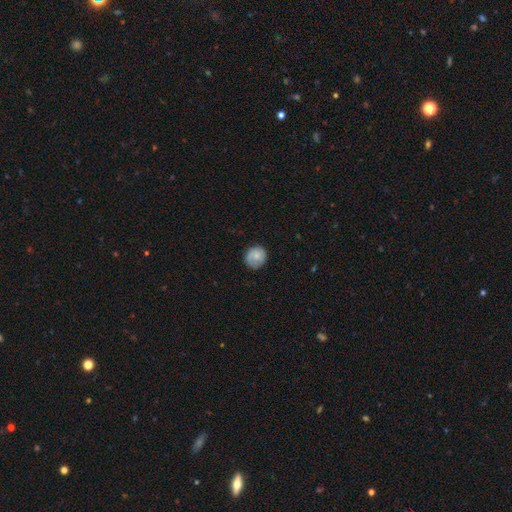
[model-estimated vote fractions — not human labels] This appears to be a smooth galaxy with no disk features (69%) that is round (84%). Merging: none (77%).